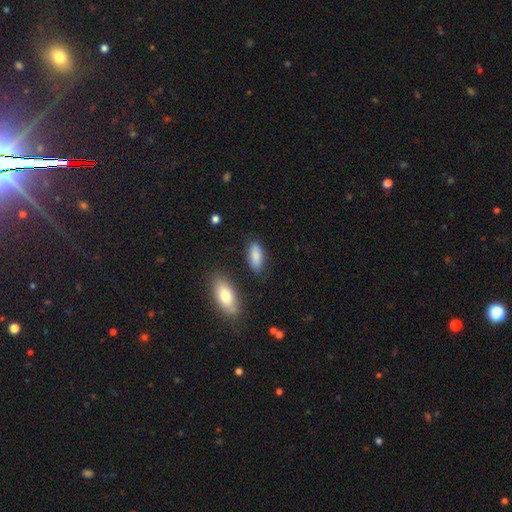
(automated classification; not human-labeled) The model was most divided on "merging": none: 81%, minor disturbance: 13%, merger: 3%, major disturbance: 3%. More confident: smooth or featured — smooth (87%); how rounded — in between (85%).